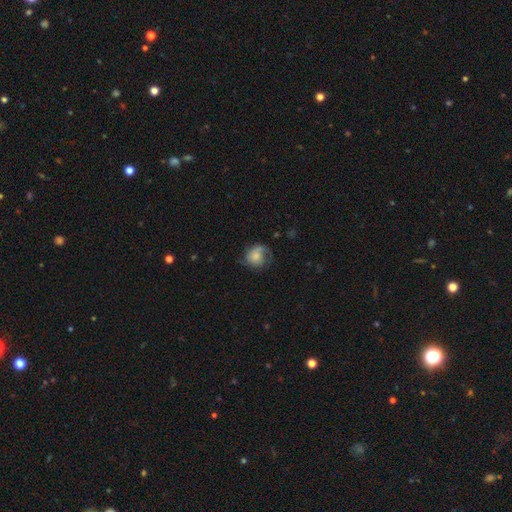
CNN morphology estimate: smooth_or_featured: smooth (p=0.53) [alt: featured or disk p=0.39]
how_rounded: round (p=0.68) [alt: in between p=0.31]
merging: none (p=0.49) [alt: minor disturbance p=0.28]